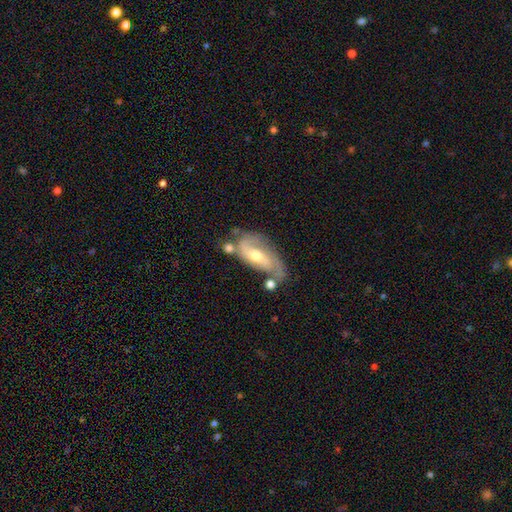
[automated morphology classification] Smooth or featured? featured or disk (75%)
Edge-on disk? no (92%)
Bar? no (48%)
Spiral arms? yes (89%)
Spiral winding? medium (43%)
Spiral arm count? 2 (68%)
Bulge size? moderate (65%)
Merging? none (44%)